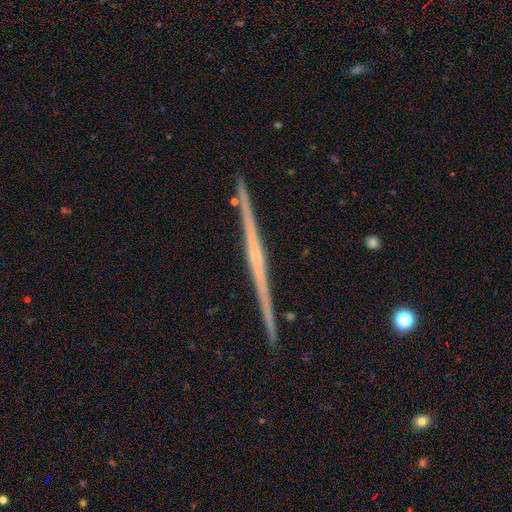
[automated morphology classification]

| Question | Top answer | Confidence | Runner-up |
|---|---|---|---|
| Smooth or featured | featured or disk | 80% | smooth (14%) |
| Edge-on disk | yes | 98% | no (2%) |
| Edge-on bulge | none | 56% | rounded (35%) |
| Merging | none | 92% | minor disturbance (6%) |